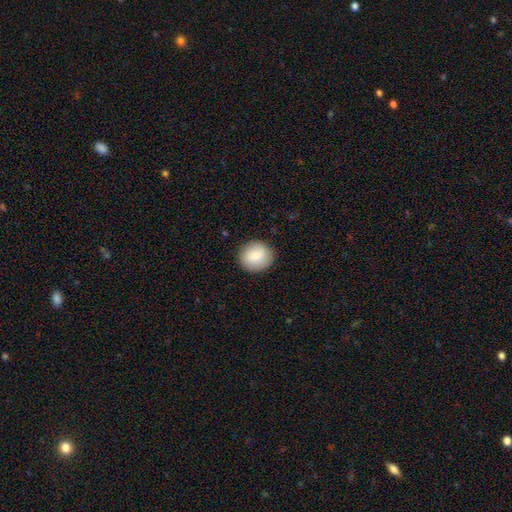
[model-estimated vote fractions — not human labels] This is clearly a smooth galaxy (85%). How rounded: clearly round (89%). Merging: clearly none (89%).